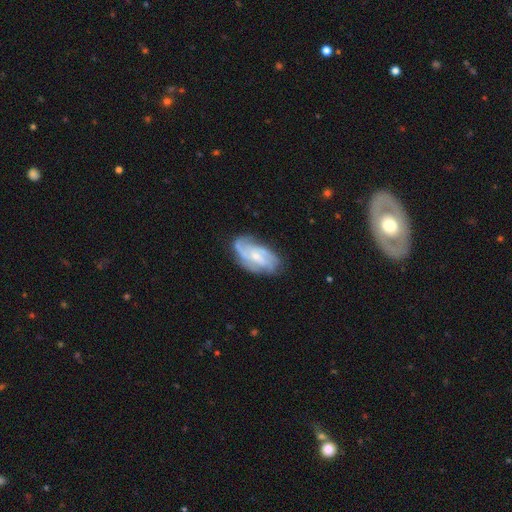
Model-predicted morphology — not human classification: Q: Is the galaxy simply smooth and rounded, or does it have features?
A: featured or disk — 78%.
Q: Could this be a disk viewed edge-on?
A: no — 96%.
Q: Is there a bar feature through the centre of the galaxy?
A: no — 48%.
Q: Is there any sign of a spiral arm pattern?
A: yes — 93%.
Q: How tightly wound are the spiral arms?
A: medium — 44%.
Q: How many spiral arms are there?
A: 3 — 31%.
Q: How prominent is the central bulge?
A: small — 63%.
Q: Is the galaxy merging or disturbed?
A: none — 64%.